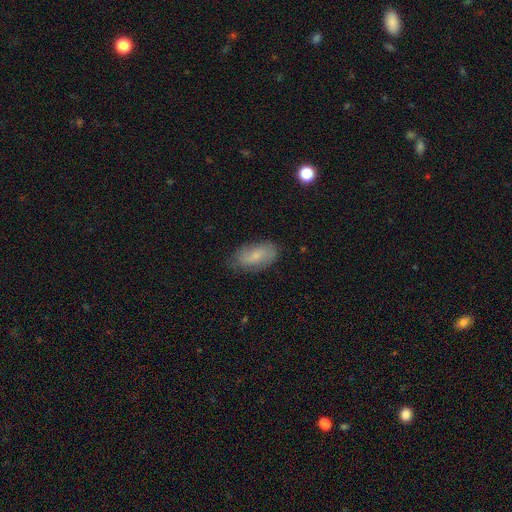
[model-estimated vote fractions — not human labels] Smooth or featured?
  - smooth: 65% *
  - featured or disk: 28%
  - star or artifact: 8%
How rounded?
  - in between: 91% *
  - cigar-shaped: 5%
  - round: 4%
Merging?
  - none: 75% *
  - minor disturbance: 19%
  - major disturbance: 4%
  - merger: 1%